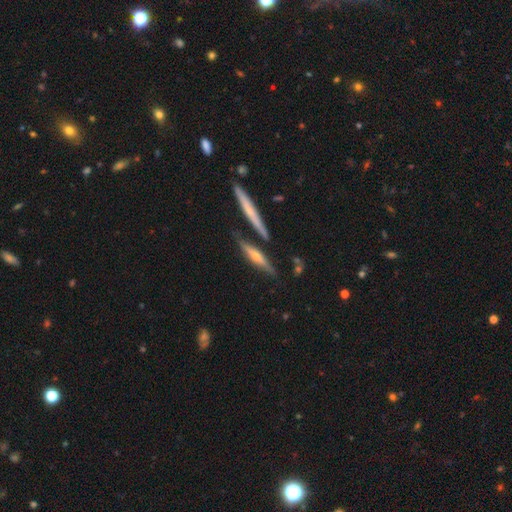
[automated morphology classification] type=featured or disk (54%); edge-on=yes (91%); merging=none (70%).